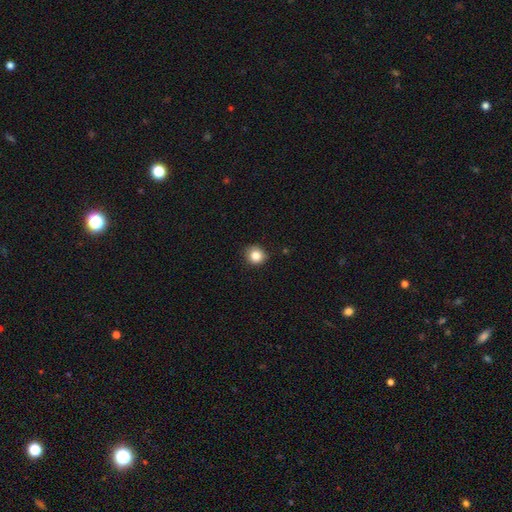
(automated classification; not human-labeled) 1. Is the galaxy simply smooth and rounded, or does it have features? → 85% smooth, 10% star or artifact, 5% featured or disk.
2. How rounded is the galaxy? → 88% round, 11% in between, 1% cigar-shaped.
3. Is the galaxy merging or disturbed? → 84% none, 12% minor disturbance, 2% major disturbance, 1% merger.